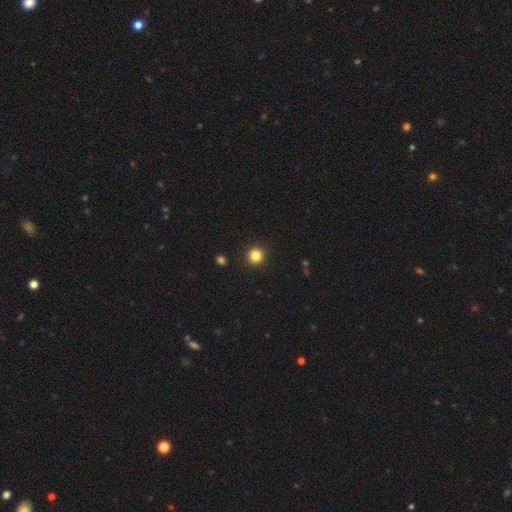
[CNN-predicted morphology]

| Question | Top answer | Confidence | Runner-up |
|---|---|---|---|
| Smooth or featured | smooth | 84% | star or artifact (12%) |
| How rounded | round | 95% | in between (5%) |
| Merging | none | 93% | minor disturbance (4%) |